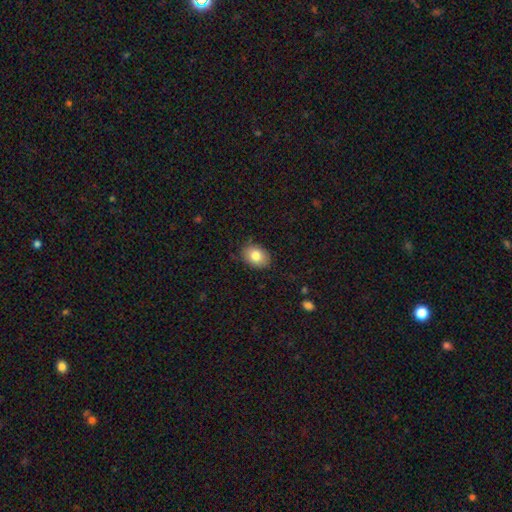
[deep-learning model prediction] Smooth or featured? Predicted: smooth (p=0.82). How rounded? Predicted: in between (p=0.75). Merging? Predicted: none (p=0.85).